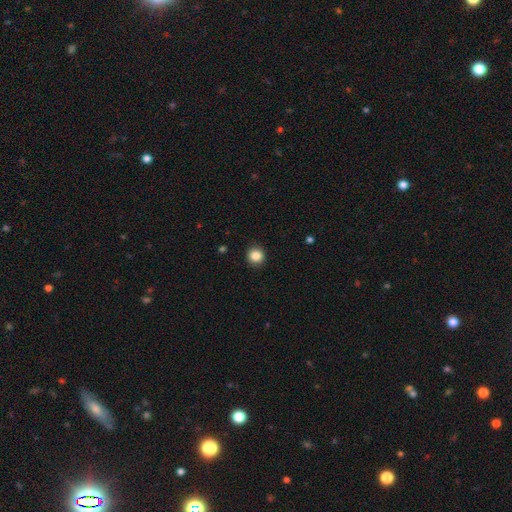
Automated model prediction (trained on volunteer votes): Smooth or featured?
  - smooth: 86% *
  - star or artifact: 10%
  - featured or disk: 4%
How rounded?
  - round: 91% *
  - in between: 8%
  - cigar-shaped: 1%
Merging?
  - none: 91% *
  - minor disturbance: 6%
  - major disturbance: 2%
  - merger: 1%